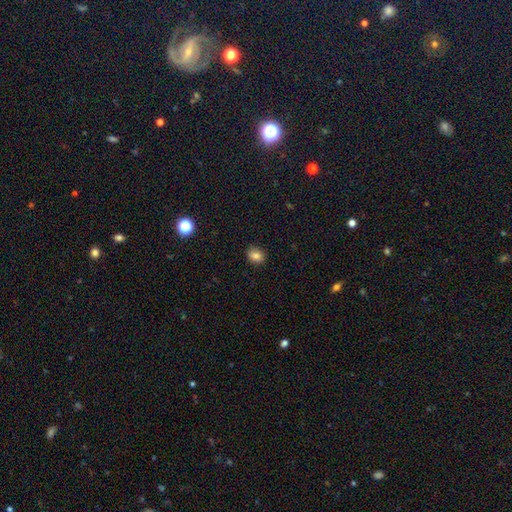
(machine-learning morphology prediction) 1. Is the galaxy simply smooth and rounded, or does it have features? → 82% smooth, 12% star or artifact, 7% featured or disk.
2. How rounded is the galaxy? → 56% round, 43% in between, 1% cigar-shaped.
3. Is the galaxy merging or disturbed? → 87% none, 10% minor disturbance, 2% major disturbance, 1% merger.